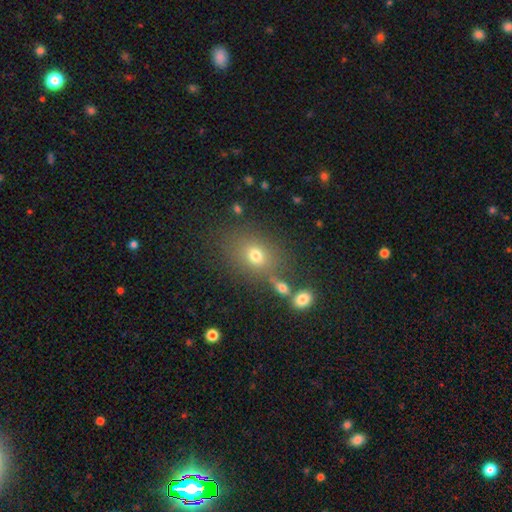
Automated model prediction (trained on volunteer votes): A smooth galaxy with no disk features (70%) that is in between round and cigar-shaped (53%). Merging: none (67%).